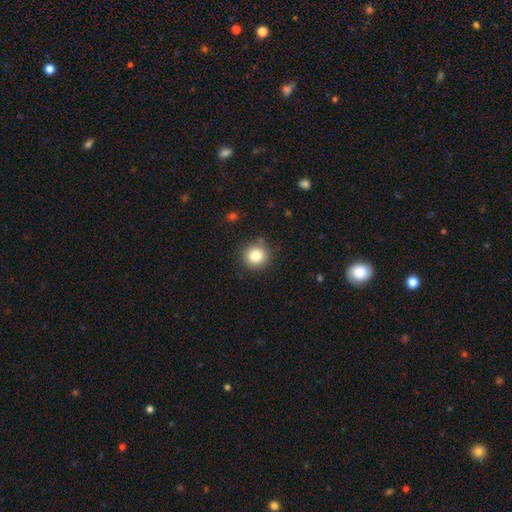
Smooth or featured: smooth — 77% (featured or disk — 15%)
How rounded: round — 97% (cigar-shaped — 3%)
Merging: none — 86% (minor disturbance — 8%)